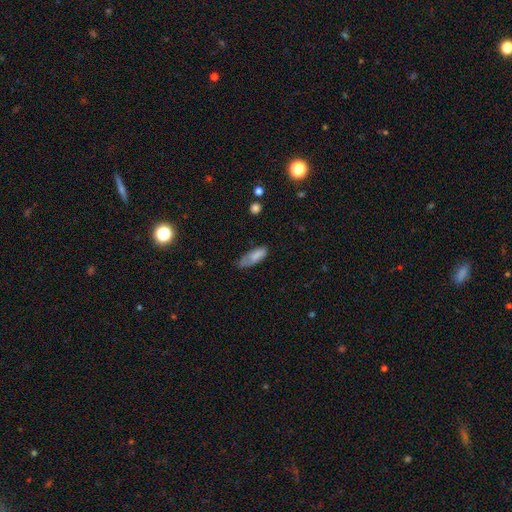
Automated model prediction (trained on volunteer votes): smooth 79%, featured or disk 14%, star or artifact 7%. Down the decision tree: how rounded — in between (67%); merging — none (47%).